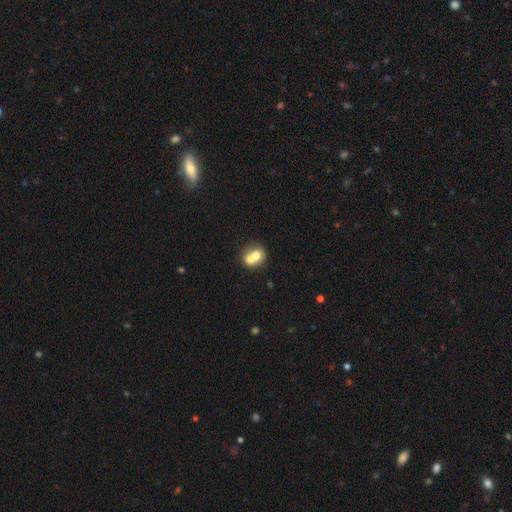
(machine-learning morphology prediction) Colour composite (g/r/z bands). It shows a smooth galaxy with no disk features (67%) that is round (63%). Merging: merger (68%).